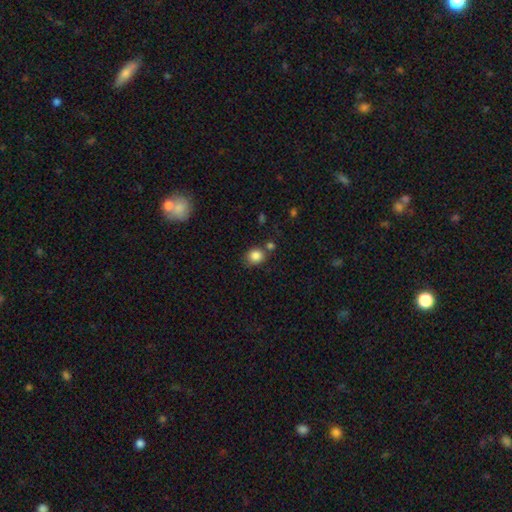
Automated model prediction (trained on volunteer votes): This appears to be a smooth galaxy with no disk features (85%) that is round (73%). Merging: none (71%).